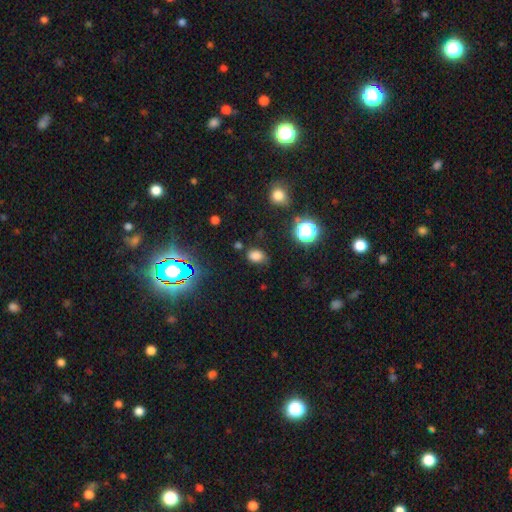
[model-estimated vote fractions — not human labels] Overall: smooth (75%). How rounded: in between (74%). Merging: none (72%).